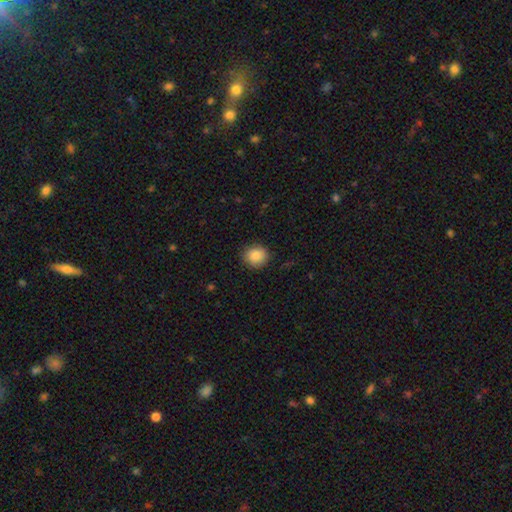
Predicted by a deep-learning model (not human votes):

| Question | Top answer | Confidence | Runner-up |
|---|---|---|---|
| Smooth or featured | smooth | 88% | star or artifact (8%) |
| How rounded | round | 82% | in between (17%) |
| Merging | none | 88% | minor disturbance (9%) |